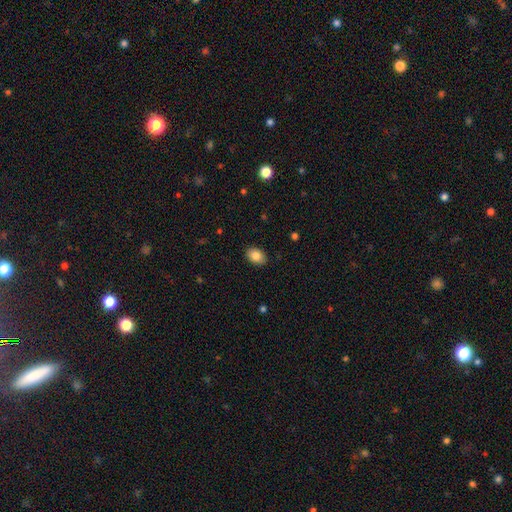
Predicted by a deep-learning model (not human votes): Smooth or featured?
  - smooth: 85% *
  - star or artifact: 8%
  - featured or disk: 7%
How rounded?
  - in between: 80% *
  - round: 19%
  - cigar-shaped: 1%
Merging?
  - none: 89% *
  - minor disturbance: 8%
  - major disturbance: 2%
  - merger: 1%